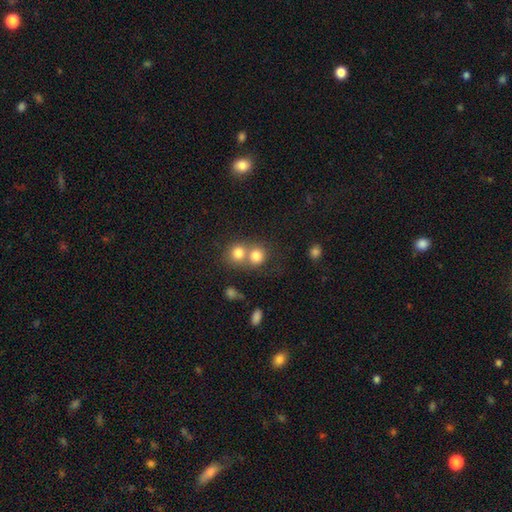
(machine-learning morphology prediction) smooth-or-featured: smooth: 79% | star or artifact: 11% | featured or disk: 9%
  how-rounded: round: 82% | in between: 17% | cigar-shaped: 1%
  merging: merger: 53% | none: 37% | minor disturbance: 6% | major disturbance: 3%